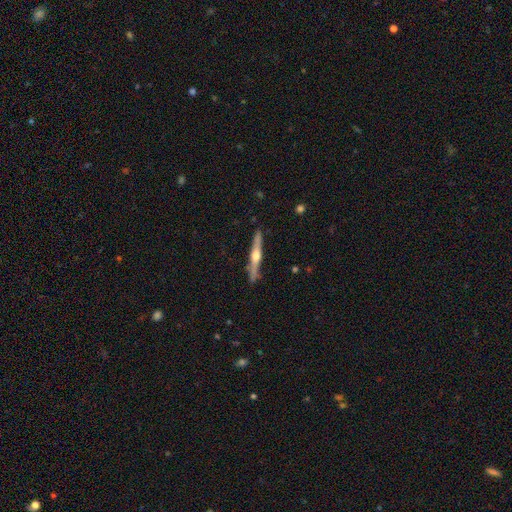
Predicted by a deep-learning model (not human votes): Smooth or featured? featured or disk (70%)
Edge-on disk? yes (98%)
Edge-on bulge? rounded (92%)
Merging? none (88%)